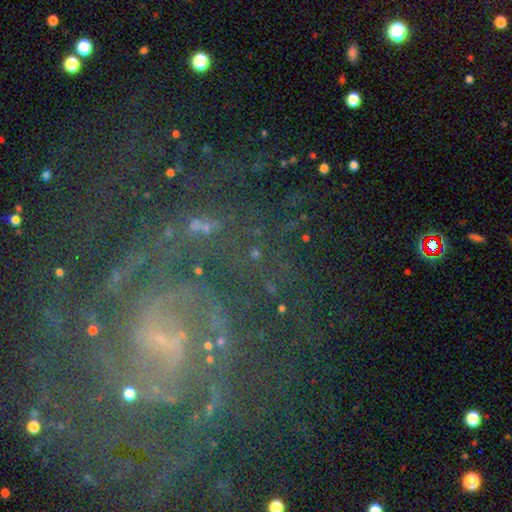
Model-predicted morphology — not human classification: Smooth or featured? featured or disk (66%)
Edge-on disk? no (97%)
Bar? weak (38%)
Spiral arms? yes (91%)
Spiral winding? tight (52%)
Spiral arm count? 2 (31%)
Bulge size? small (66%)
Merging? none (66%)